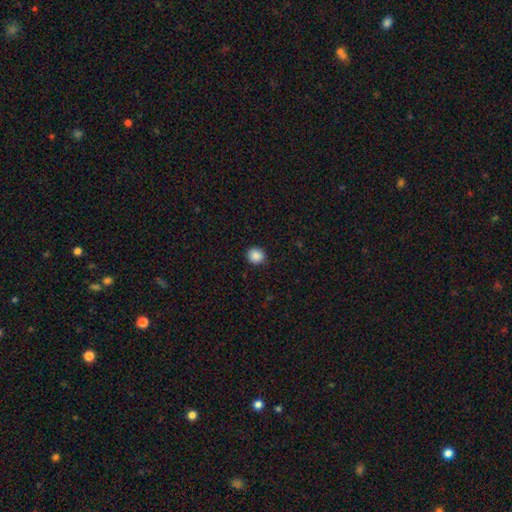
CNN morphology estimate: This is clearly a smooth galaxy (88%). How rounded: clearly round (87%). Merging: clearly none (90%).